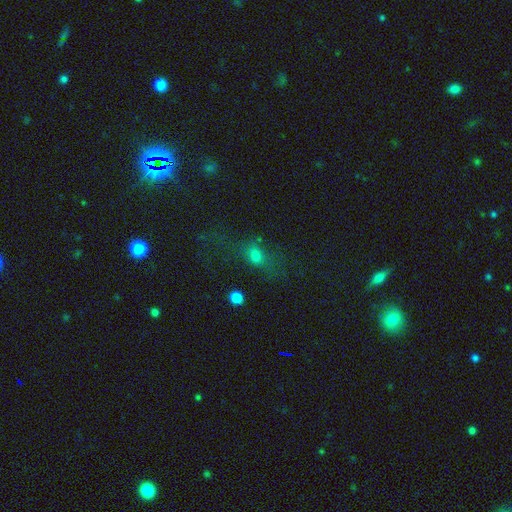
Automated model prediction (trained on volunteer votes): Q: Smooth or featured?
A: smooth (67%); runner-up: star or artifact (19%)
Q: How rounded?
A: in between (65%); runner-up: round (25%)
Q: Merging?
A: none (49%); runner-up: major disturbance (26%)